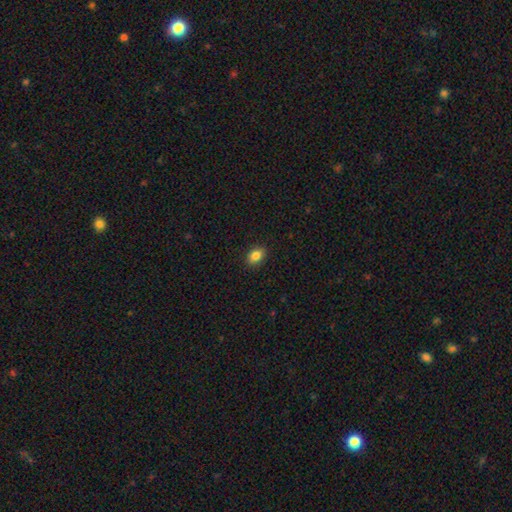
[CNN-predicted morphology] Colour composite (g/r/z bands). It shows a smooth galaxy with no disk features (86%) that is in between round and cigar-shaped (79%). Merging: none (89%).